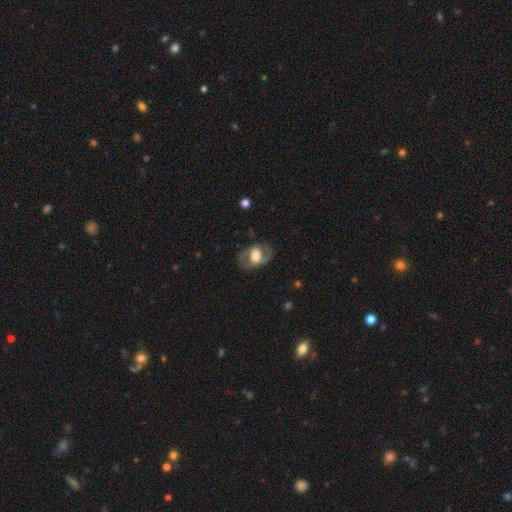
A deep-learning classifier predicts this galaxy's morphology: featured or disk 72%, smooth 22%, star or artifact 6%. Down the decision tree: edge-on disk — no (95%); bar — weak (39%); spiral arms — yes (74%); spiral arm count — 2 (87%); spiral winding — medium (53%); bulge size — moderate (45%); merging — none (76%).